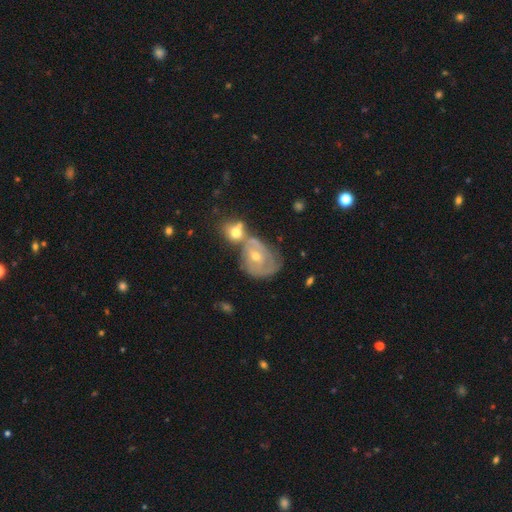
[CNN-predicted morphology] A featured or disk galaxy (70%) with no bar (65%), tight (65%) spiral arms (80%) and a moderate central bulge (50%). Merging: none (40%).